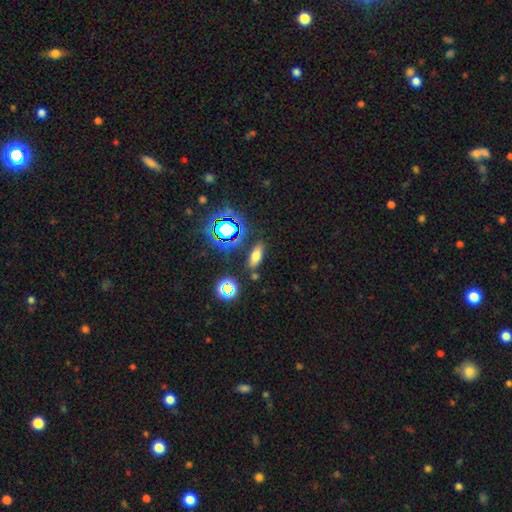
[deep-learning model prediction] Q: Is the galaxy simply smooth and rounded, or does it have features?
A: smooth — 64%.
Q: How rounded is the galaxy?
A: in between — 70%.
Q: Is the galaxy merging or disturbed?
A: none — 82%.